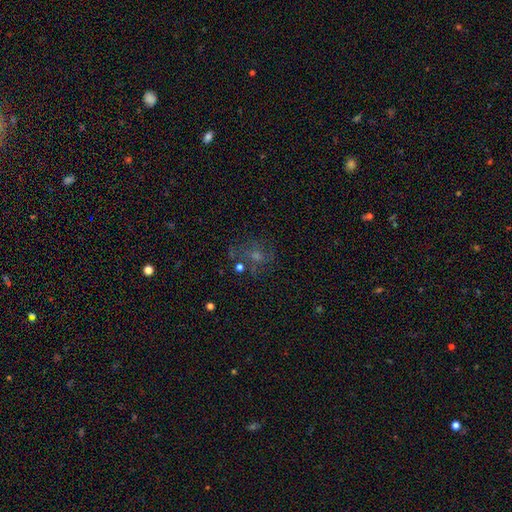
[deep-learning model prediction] Overall: smooth (37%; featured or disk 36%). Merging: none (56%; major disturbance 19%).